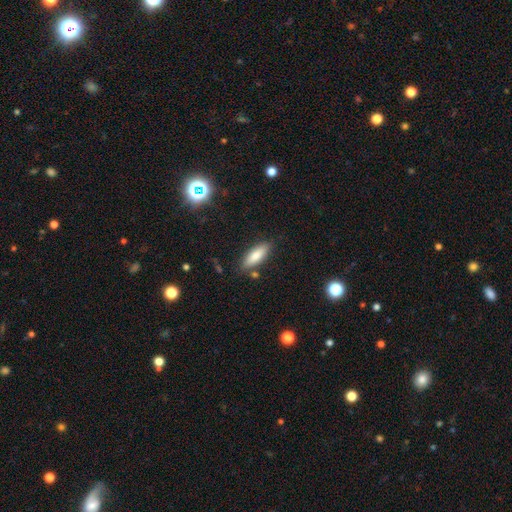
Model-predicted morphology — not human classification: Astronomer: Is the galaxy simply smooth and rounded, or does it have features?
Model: smooth — 80%.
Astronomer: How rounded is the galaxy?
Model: in between — 62%.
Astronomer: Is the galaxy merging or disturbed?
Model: none — 82%.